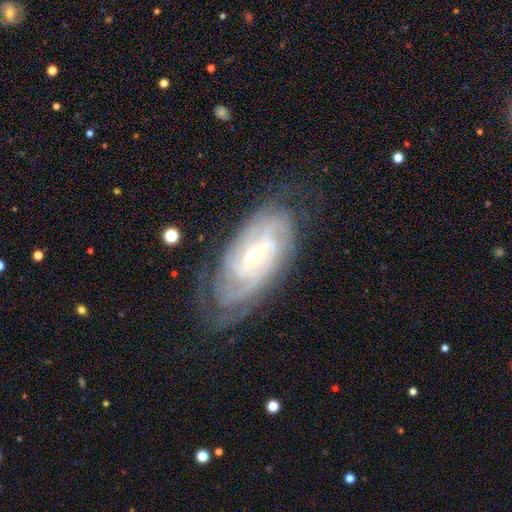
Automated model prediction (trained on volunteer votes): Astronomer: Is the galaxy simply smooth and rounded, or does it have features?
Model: featured or disk — 88%.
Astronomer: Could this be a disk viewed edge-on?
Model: no — 94%.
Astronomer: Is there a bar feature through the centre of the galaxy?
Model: weak — 43% (runner-up: no, 31%).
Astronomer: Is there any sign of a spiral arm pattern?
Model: yes — 97%.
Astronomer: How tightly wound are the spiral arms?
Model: tight — 71%.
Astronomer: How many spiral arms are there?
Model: can't tell — 32% (runner-up: 2, 21%).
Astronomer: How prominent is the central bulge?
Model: small — 59% (runner-up: moderate, 38%).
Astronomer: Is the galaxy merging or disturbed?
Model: none — 72%.